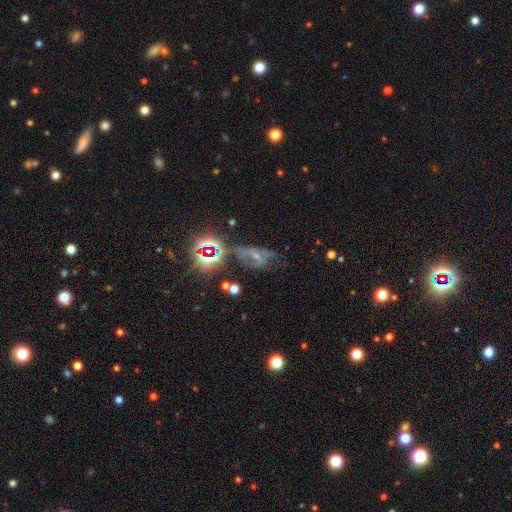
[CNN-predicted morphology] Smooth or featured: star or artifact — 41% (featured or disk — 40%)